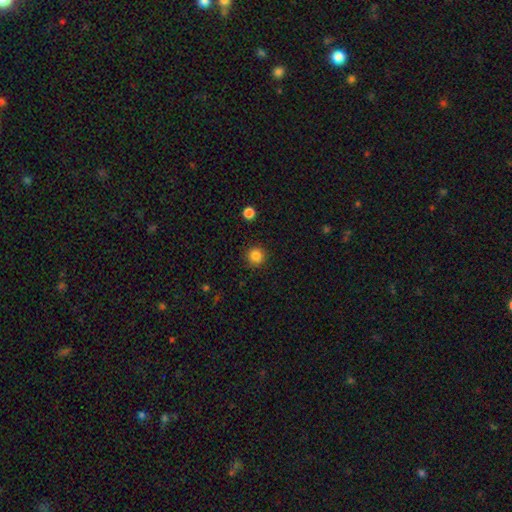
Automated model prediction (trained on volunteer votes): The model was most divided on "smooth or featured": smooth: 85%, star or artifact: 11%, featured or disk: 4%. More confident: how rounded — round (94%); merging — none (91%).